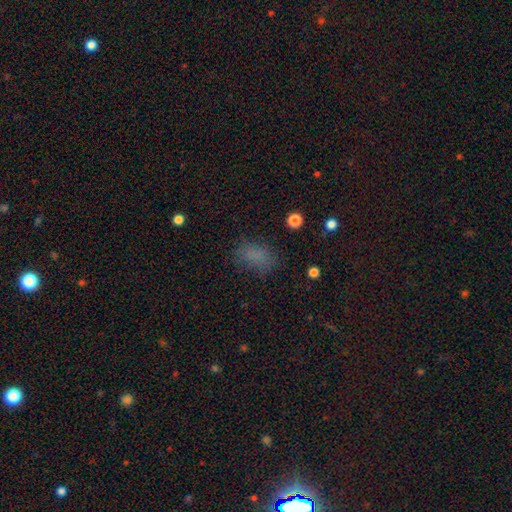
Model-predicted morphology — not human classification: smooth-or-featured: smooth: 75% | star or artifact: 17% | featured or disk: 8%
  how-rounded: in between: 81% | round: 17% | cigar-shaped: 2%
  merging: none: 72% | minor disturbance: 18% | major disturbance: 9% | merger: 2%